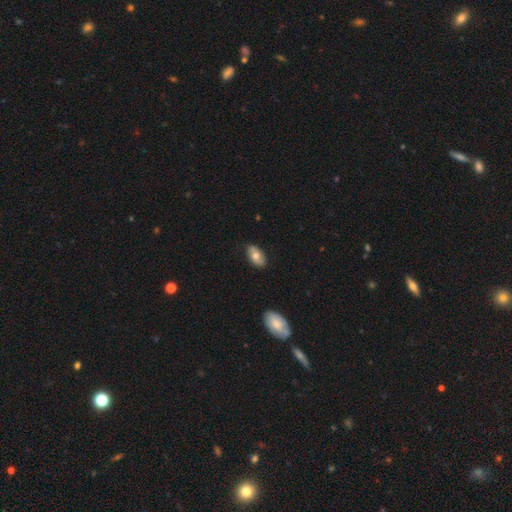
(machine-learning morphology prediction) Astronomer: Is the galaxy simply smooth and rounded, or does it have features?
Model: smooth — 69%.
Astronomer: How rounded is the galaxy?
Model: in between — 93%.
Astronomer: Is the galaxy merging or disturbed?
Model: none — 80%.